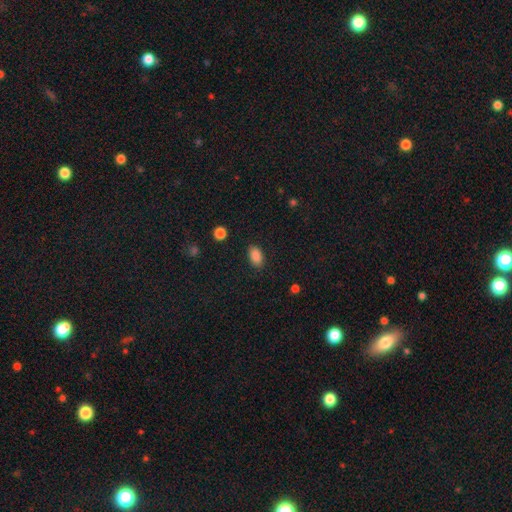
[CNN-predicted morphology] smooth_or_featured: smooth (p=0.87) [alt: star or artifact p=0.09]
how_rounded: in between (p=0.90) [alt: round p=0.08]
merging: none (p=0.86) [alt: minor disturbance p=0.10]